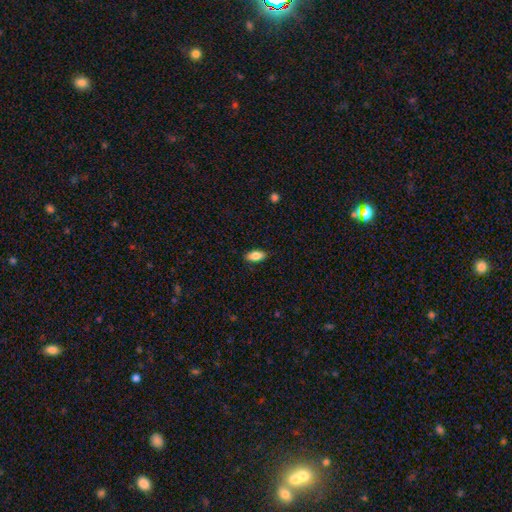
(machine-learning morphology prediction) The model was most divided on "smooth or featured": smooth: 83%, featured or disk: 10%, star or artifact: 7%. More confident: merging — none (87%); how rounded — in between (87%).